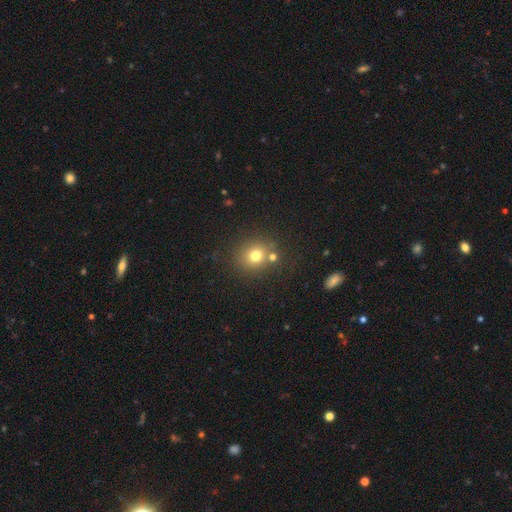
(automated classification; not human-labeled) This is likely a smooth galaxy (74%). How rounded: clearly round (83%). Merging: likely none (73%).